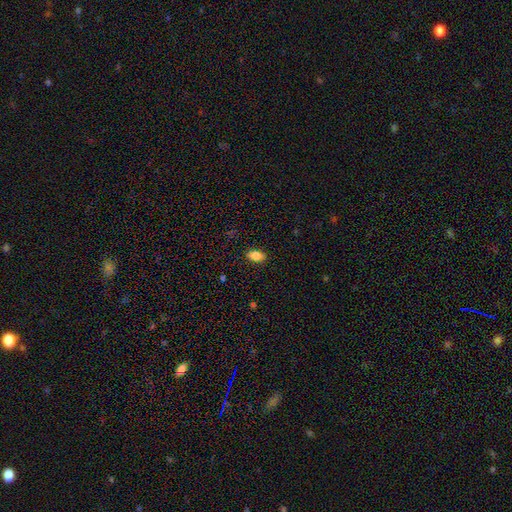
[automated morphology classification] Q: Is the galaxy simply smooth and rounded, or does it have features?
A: smooth — 82%.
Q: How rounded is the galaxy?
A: in between — 87%.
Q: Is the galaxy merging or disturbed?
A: none — 87%.